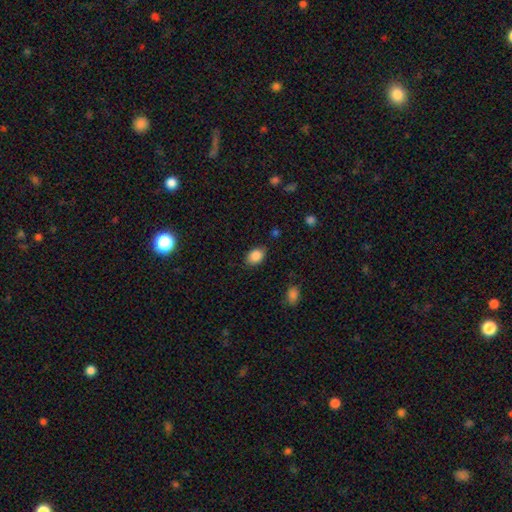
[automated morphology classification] Smooth or featured? Predicted: smooth (p=0.88). How rounded? Predicted: in between (p=0.77). Merging? Predicted: none (p=0.82).